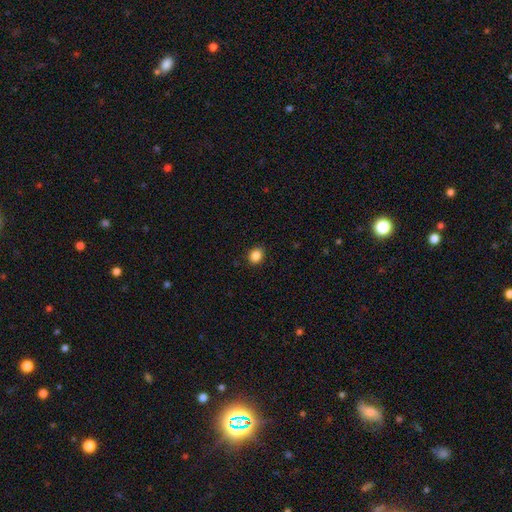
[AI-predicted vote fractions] smooth_or_featured: smooth (p=0.87) [alt: star or artifact p=0.10]
how_rounded: round (p=0.59) [alt: in between p=0.40]
merging: none (p=0.88) [alt: minor disturbance p=0.09]